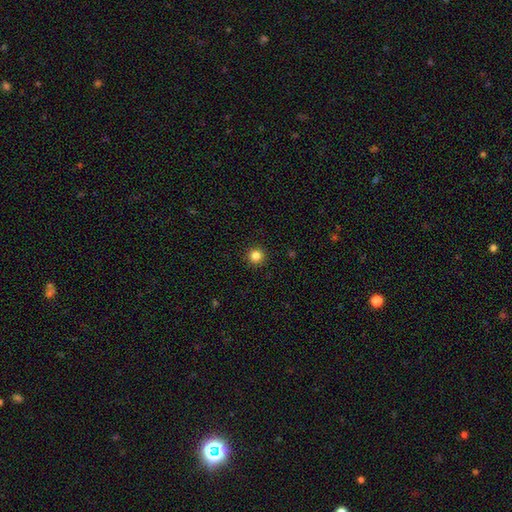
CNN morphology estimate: The model was most divided on "smooth or featured": smooth: 84%, star or artifact: 12%, featured or disk: 4%. More confident: how rounded — round (95%); merging — none (93%).